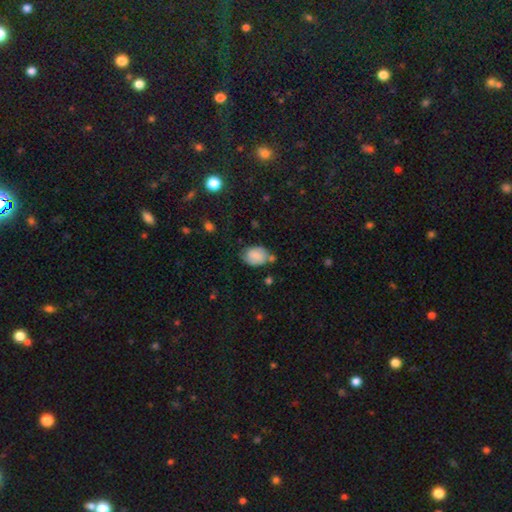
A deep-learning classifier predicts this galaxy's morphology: A smooth galaxy with no disk features (80%) that is in between round and cigar-shaped (70%).

Vote fractions:
- Smooth or featured? smooth: 80% / featured or disk: 12% / star or artifact: 8%
- How rounded? in between: 70% / round: 29% / cigar-shaped: 1%
- Merging? none: 58% / minor disturbance: 25% / merger: 10% / major disturbance: 7%